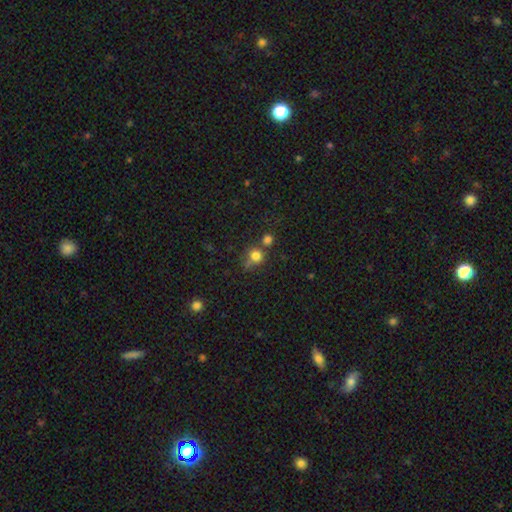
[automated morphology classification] Smooth or featured: smooth — 78% (star or artifact — 14%)
How rounded: round — 87% (in between — 12%)
Merging: none — 55% (merger — 26%)